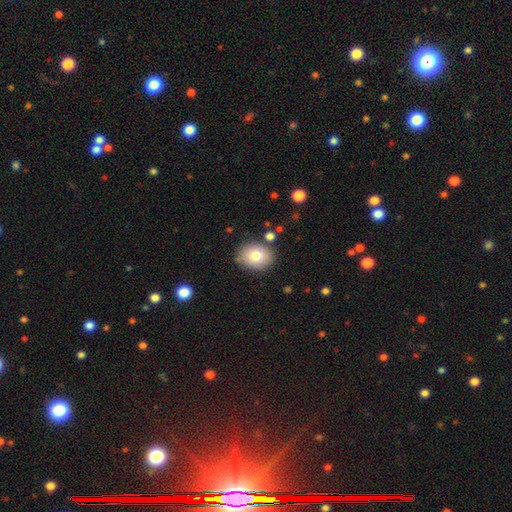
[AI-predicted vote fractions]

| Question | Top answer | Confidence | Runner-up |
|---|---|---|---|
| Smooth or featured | smooth | 79% | featured or disk (12%) |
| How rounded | in between | 59% | round (41%) |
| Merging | none | 81% | minor disturbance (12%) |